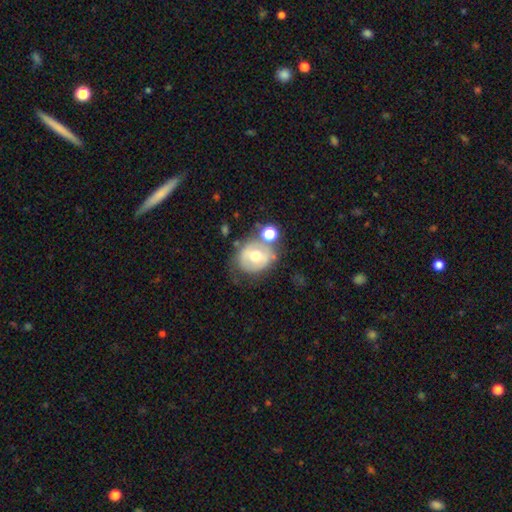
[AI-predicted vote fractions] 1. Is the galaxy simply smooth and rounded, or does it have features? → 49% smooth, 41% featured or disk, 10% star or artifact.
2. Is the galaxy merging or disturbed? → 53% none, 20% minor disturbance, 17% merger, 11% major disturbance.